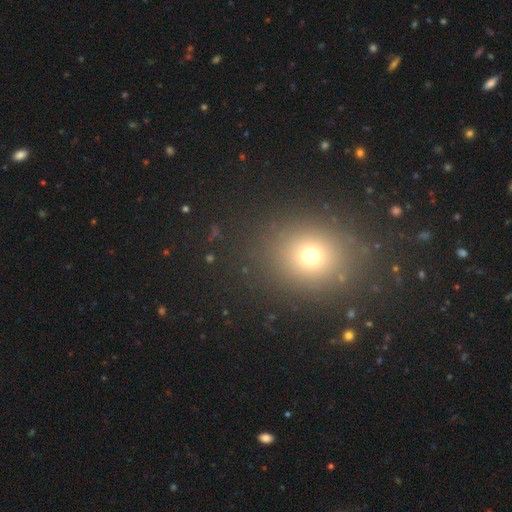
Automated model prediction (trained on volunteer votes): Smooth or featured: smooth — 63% (star or artifact — 29%)
How rounded: round — 65% (in between — 34%)
Merging: none — 89% (minor disturbance — 7%)